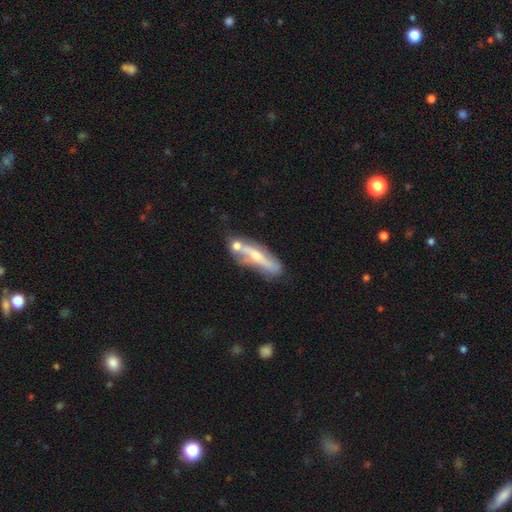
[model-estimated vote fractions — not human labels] Smooth or featured: featured or disk — 66% (smooth — 27%)
Edge-on disk: no — 50% (tied with yes — 50%)
Merging: none — 44% (merger — 28%)